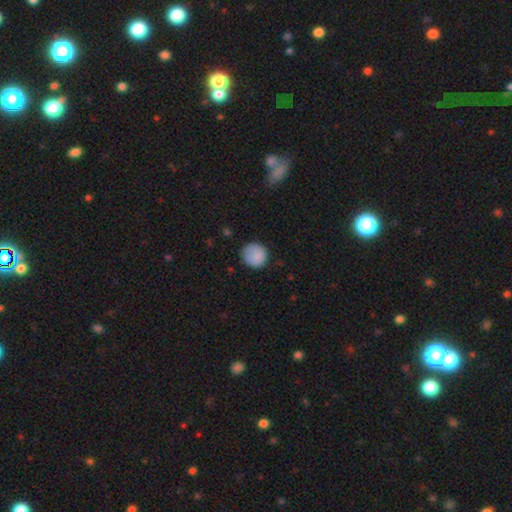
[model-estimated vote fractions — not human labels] This appears to be a smooth galaxy with no disk features (87%) that is round (92%). Merging: none (81%).